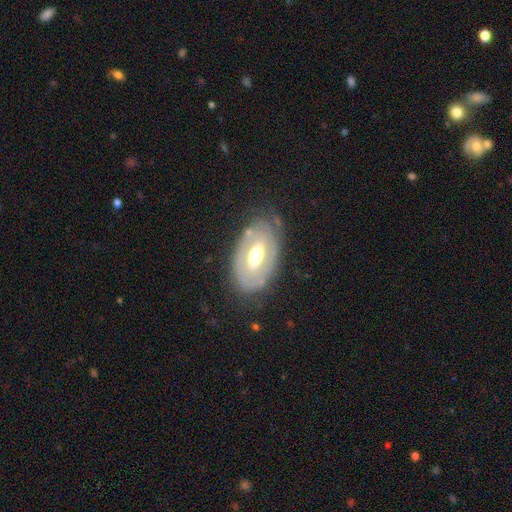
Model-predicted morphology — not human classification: smooth-or-featured: featured or disk: 68% | smooth: 26% | star or artifact: 6%
  disk-edge-on: no: 91% | yes: 9%
    bar: no: 48% | weak: 30% | strong: 22%
    has-spiral-arms: no: 60% | yes: 40%
    bulge-size: moderate: 63% | large: 26% | small: 8% | dominant: 2% | none: 1%
  merging: none: 70% | minor disturbance: 19% | major disturbance: 8% | merger: 2%